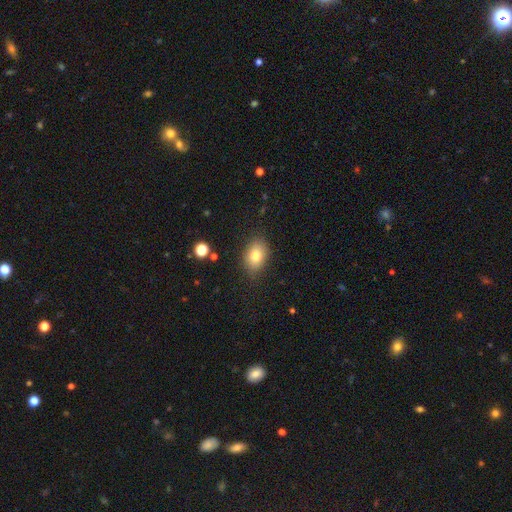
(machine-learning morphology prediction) The model was most divided on "how rounded": in between: 75%, round: 24%, cigar-shaped: 1%. More confident: merging — none (83%); smooth or featured — smooth (79%).